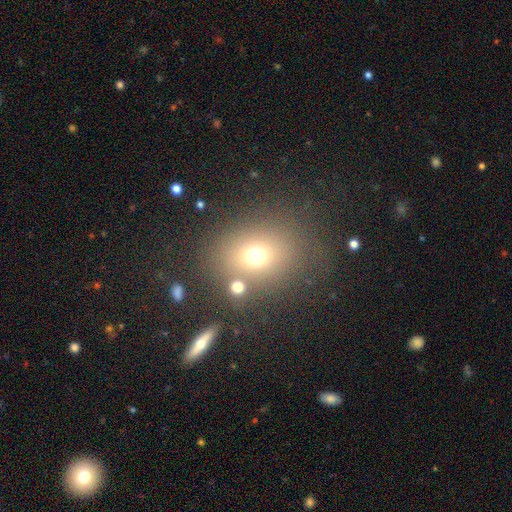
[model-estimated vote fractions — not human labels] smooth-or-featured: smooth: 68% | star or artifact: 19% | featured or disk: 13%
  how-rounded: round: 56% | in between: 43% | cigar-shaped: 1%
  merging: none: 69% | minor disturbance: 13% | merger: 10% | major disturbance: 8%